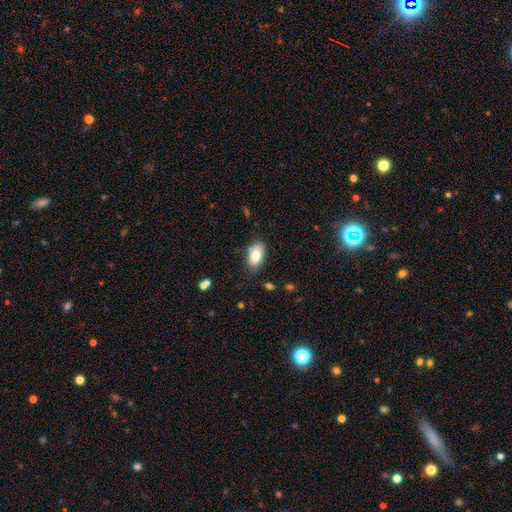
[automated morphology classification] This appears to be a smooth galaxy with no disk features (78%) that is in between round and cigar-shaped (93%). Merging: none (77%).